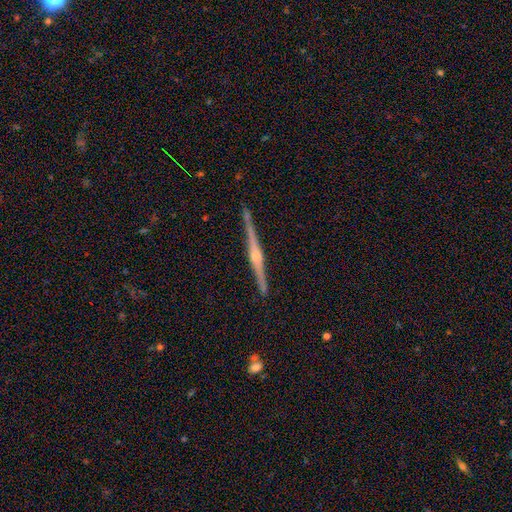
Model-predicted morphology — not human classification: Smooth or featured: featured or disk — 87% (smooth — 8%)
Edge-on disk: yes — 99% (no — 1%)
Edge-on bulge: rounded — 79% (boxy — 13%)
Merging: none — 91% (minor disturbance — 6%)